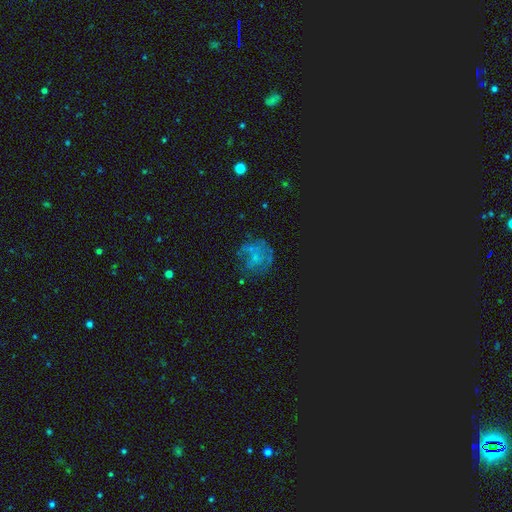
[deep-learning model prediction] smooth_or_featured: featured or disk (p=0.45) [alt: smooth p=0.31]
merging: none (p=0.55) [alt: major disturbance p=0.22]